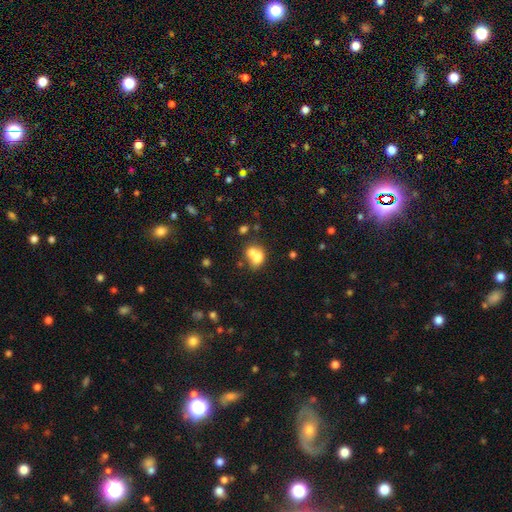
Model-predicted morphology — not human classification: Overall: smooth (68%). How rounded: in between (53%; round 46%). Merging: merger (60%; none 27%).